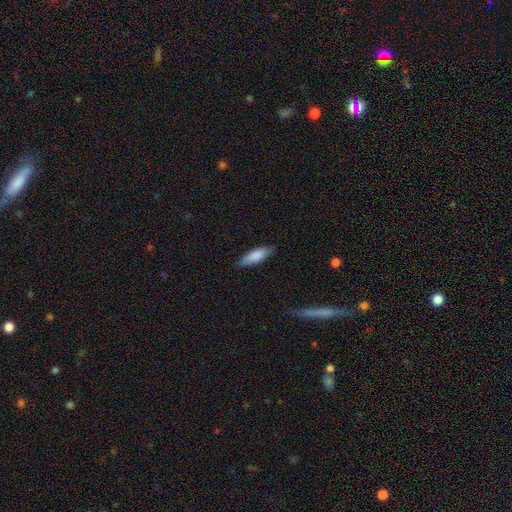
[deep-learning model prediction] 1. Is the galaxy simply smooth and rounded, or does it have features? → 84% smooth, 11% featured or disk, 5% star or artifact.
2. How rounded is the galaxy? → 51% cigar-shaped, 48% in between, 1% round.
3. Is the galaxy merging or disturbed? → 84% none, 12% minor disturbance, 2% major disturbance, 1% merger.